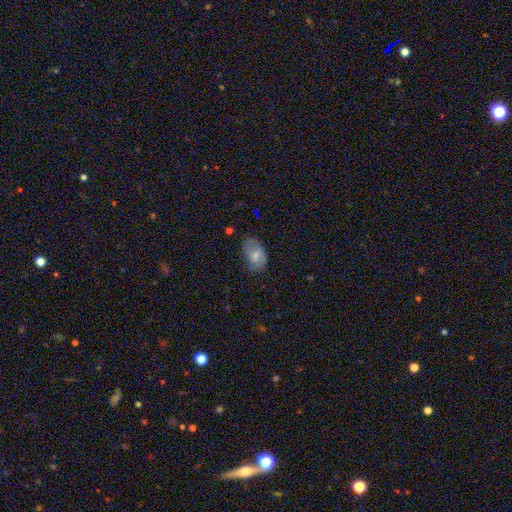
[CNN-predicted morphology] Smooth or featured? Predicted: smooth (p=0.69). How rounded? Predicted: in between (p=0.91). Merging? Predicted: none (p=0.60).